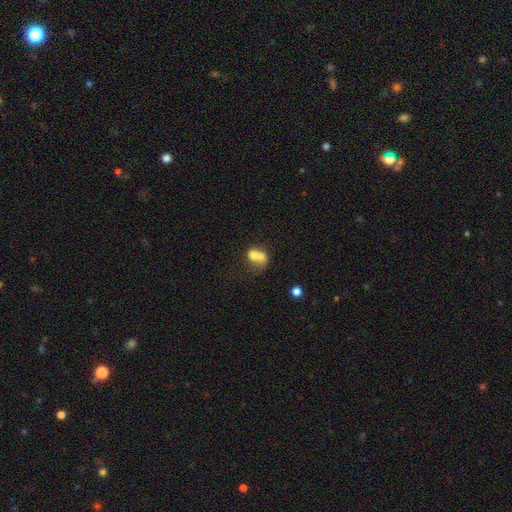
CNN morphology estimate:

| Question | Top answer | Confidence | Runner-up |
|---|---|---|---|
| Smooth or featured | smooth | 65% | featured or disk (25%) |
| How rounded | round | 56% | in between (43%) |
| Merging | merger | 71% | none (17%) |